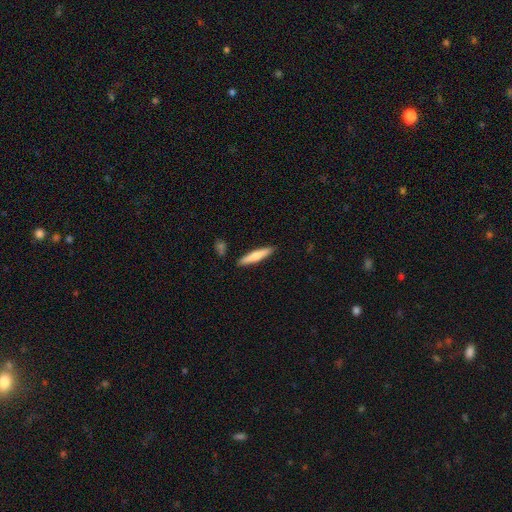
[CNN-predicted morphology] The model was most divided on "smooth or featured": smooth: 69%, featured or disk: 26%, star or artifact: 5%. More confident: merging — none (89%); how rounded — cigar-shaped (88%).